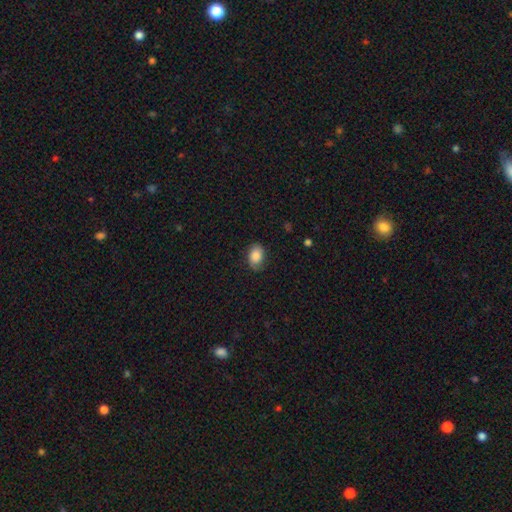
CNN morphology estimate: type=smooth (84%); roundness=in between (85%); merging=none (78%).